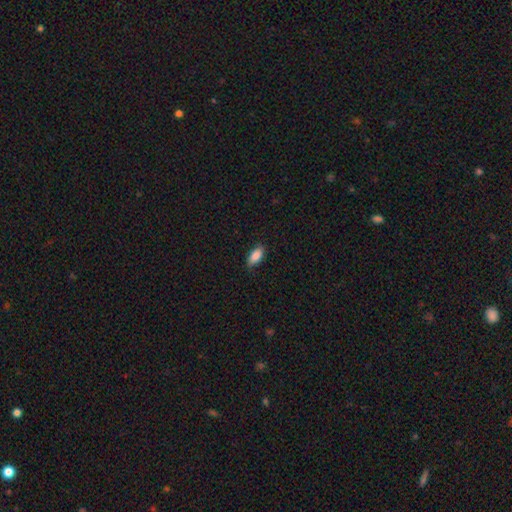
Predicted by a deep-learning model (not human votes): Smooth or featured?
  - smooth: 86% *
  - star or artifact: 7%
  - featured or disk: 7%
How rounded?
  - in between: 88% *
  - cigar-shaped: 9%
  - round: 3%
Merging?
  - none: 81% *
  - minor disturbance: 16%
  - major disturbance: 3%
  - merger: 1%